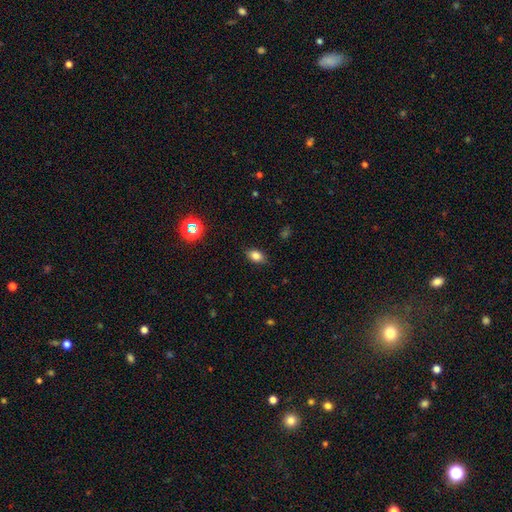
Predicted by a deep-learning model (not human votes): Morphology: type=smooth (82%); roundness=in between (83%); merging=none (85%).